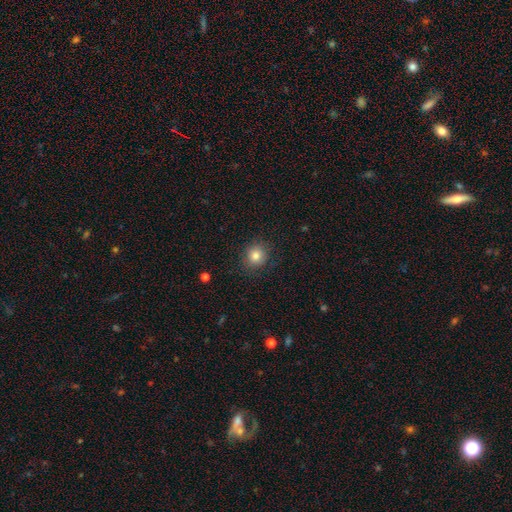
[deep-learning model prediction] This appears to be a smooth galaxy with no disk features (82%) that is round (86%). Merging: none (86%).